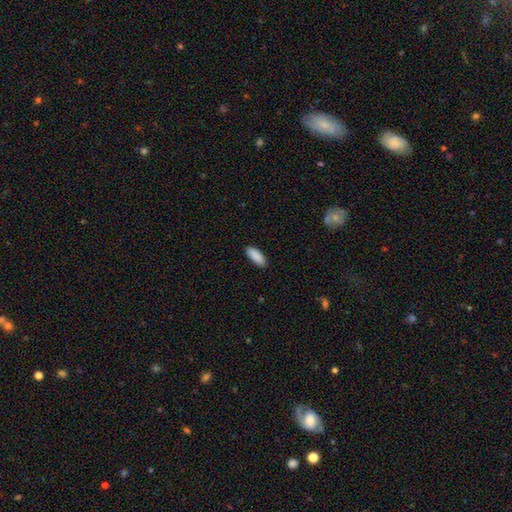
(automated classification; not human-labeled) A smooth galaxy with no disk features (91%) that is in between round and cigar-shaped (81%). Merging: none (89%).